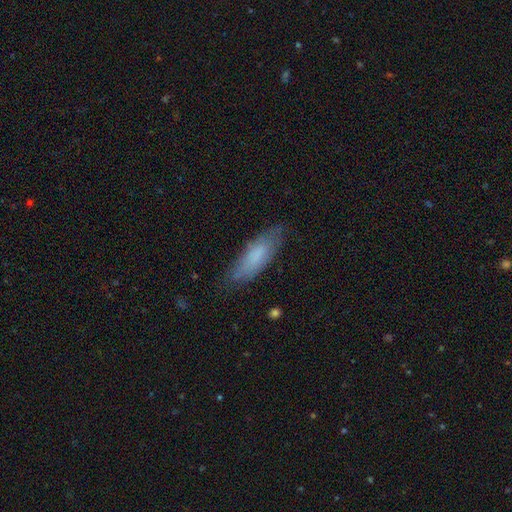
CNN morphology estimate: Smooth or featured? smooth (72%)
How rounded? in between (53%)
Merging? none (76%)